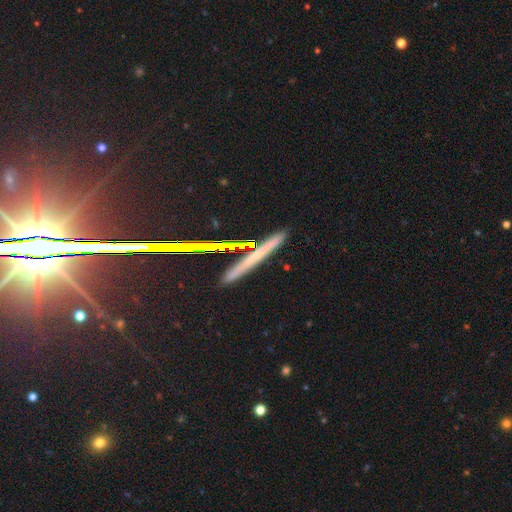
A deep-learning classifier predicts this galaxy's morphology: This appears to be a smooth galaxy with no disk features (42%). Merging: none (86%).